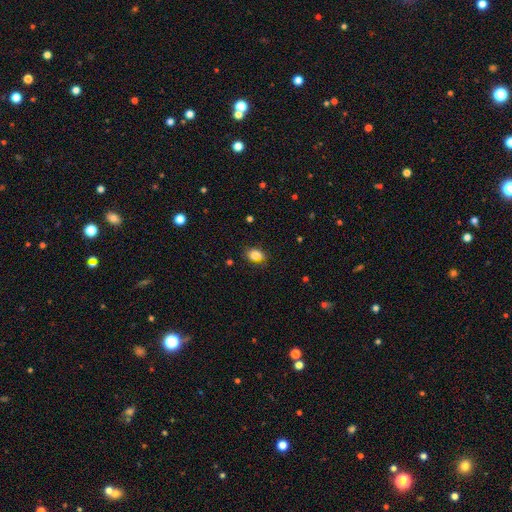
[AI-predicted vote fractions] Smooth or featured: smooth — 83% (star or artifact — 10%)
How rounded: in between — 75% (round — 23%)
Merging: none — 78% (minor disturbance — 17%)